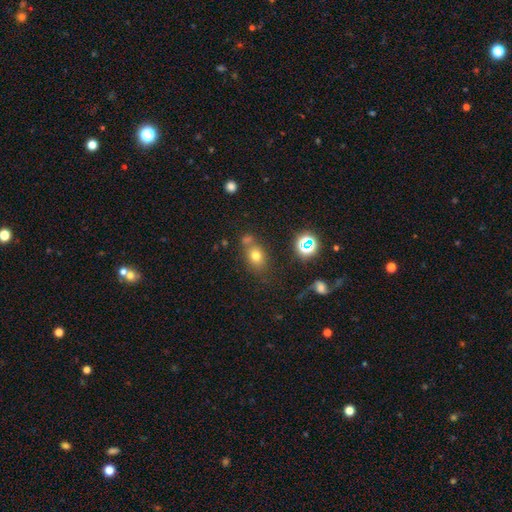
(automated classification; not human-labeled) Smooth or featured? smooth (69%)
How rounded? in between (53%)
Merging? none (59%)